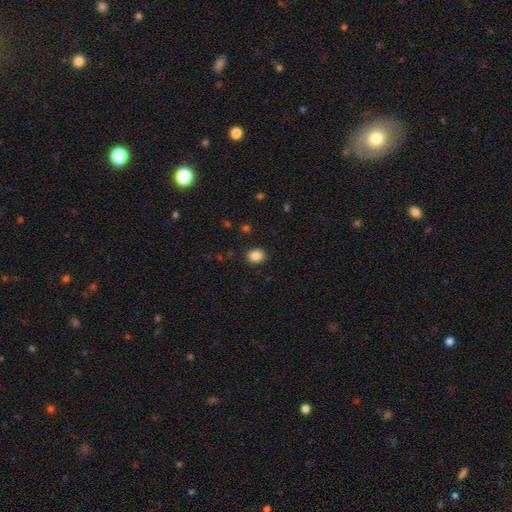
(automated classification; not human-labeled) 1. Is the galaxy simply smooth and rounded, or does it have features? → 87% smooth, 9% star or artifact, 4% featured or disk.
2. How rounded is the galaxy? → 54% in between, 45% round, 1% cigar-shaped.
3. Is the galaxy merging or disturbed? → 90% none, 7% minor disturbance, 2% major disturbance, 1% merger.